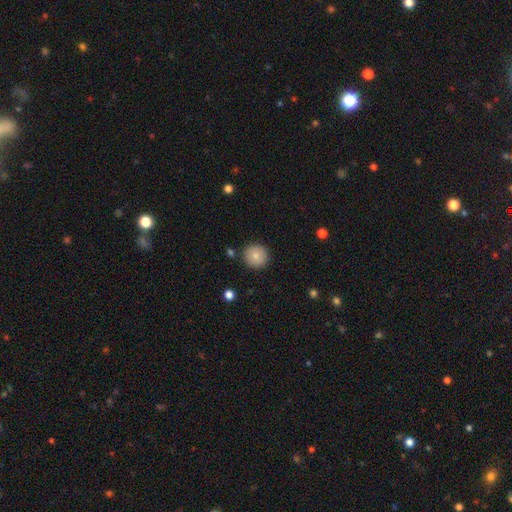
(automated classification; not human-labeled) Smooth or featured?
  - smooth: 82% *
  - featured or disk: 9%
  - star or artifact: 9%
How rounded?
  - round: 95% *
  - in between: 4%
  - cigar-shaped: 1%
Merging?
  - none: 89% *
  - minor disturbance: 7%
  - merger: 2%
  - major disturbance: 2%